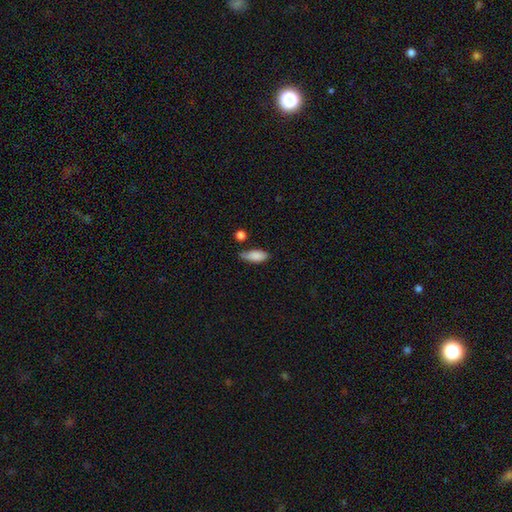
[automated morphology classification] Smooth or featured? Predicted: smooth (p=0.84). How rounded? Predicted: in between (p=0.80). Merging? Predicted: none (p=0.49).